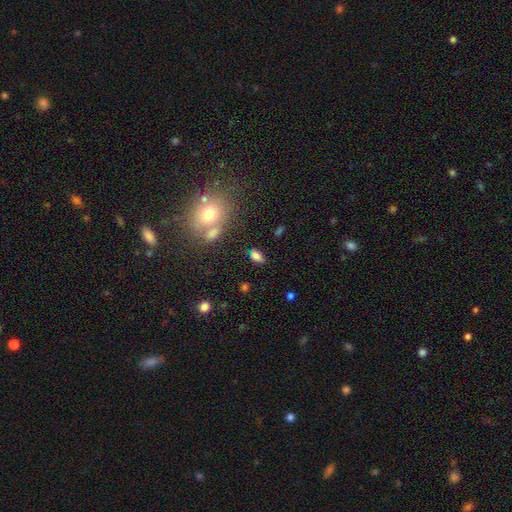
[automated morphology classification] This appears to be a smooth galaxy with no disk features (79%) that is in between round and cigar-shaped (88%). Merging: none (76%).